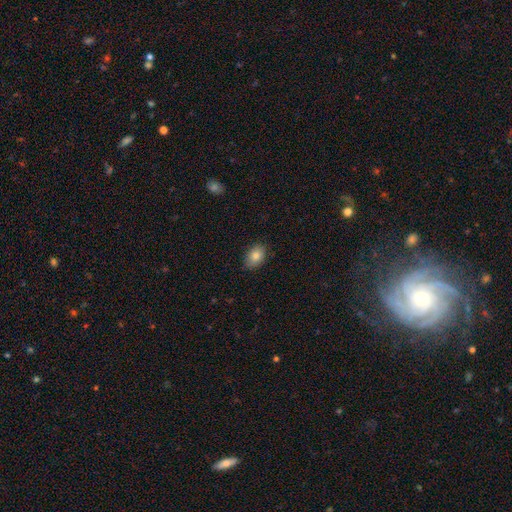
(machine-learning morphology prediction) Overall: smooth (84%). How rounded: in between (85%). Merging: none (85%).